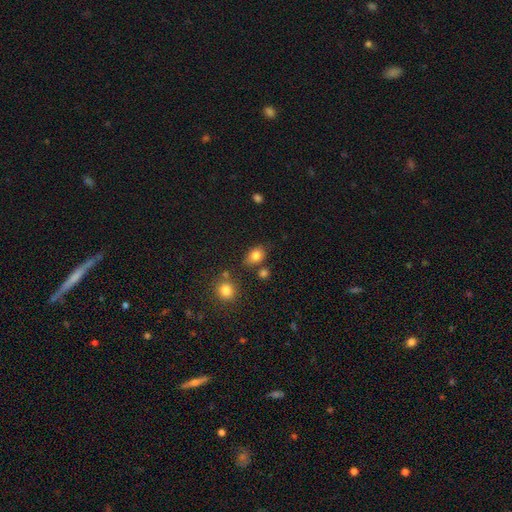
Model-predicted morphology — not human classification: smooth_or_featured: smooth (p=0.82) [alt: star or artifact p=0.11]
how_rounded: in between (p=0.71) [alt: round p=0.27]
merging: none (p=0.68) [alt: minor disturbance p=0.18]